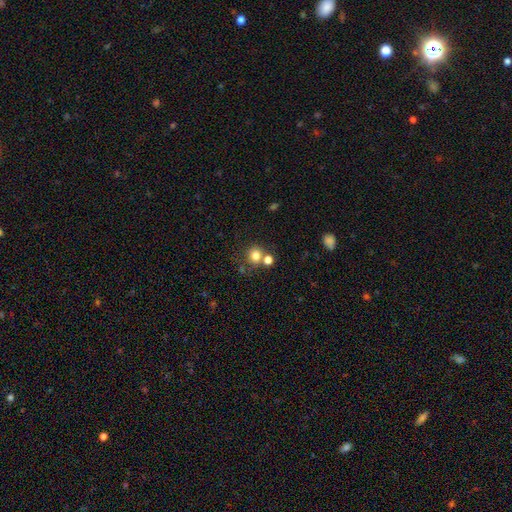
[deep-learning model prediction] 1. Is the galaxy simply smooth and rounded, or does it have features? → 79% smooth, 13% star or artifact, 8% featured or disk.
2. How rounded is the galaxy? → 85% round, 14% in between, 1% cigar-shaped.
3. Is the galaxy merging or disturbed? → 65% none, 22% merger, 9% minor disturbance, 4% major disturbance.